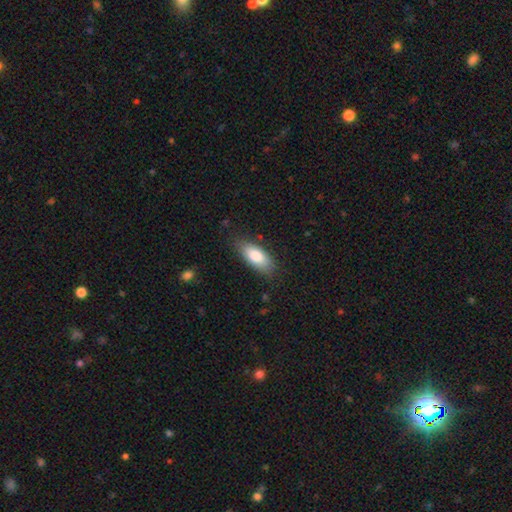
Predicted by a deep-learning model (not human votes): This is clearly a smooth galaxy (83%). How rounded: clearly in between (84%). Merging: likely none (80%).